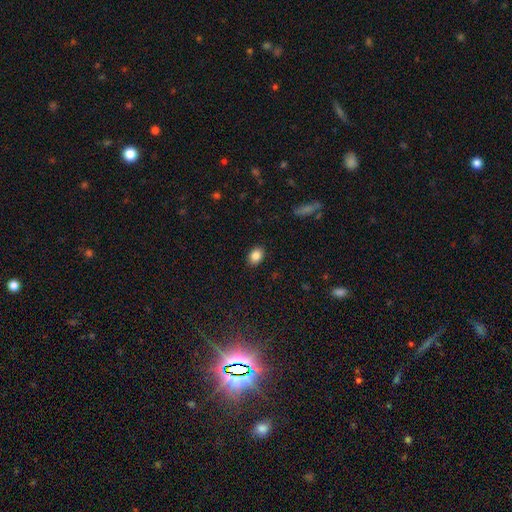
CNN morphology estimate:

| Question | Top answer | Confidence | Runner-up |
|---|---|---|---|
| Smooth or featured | smooth | 86% | star or artifact (9%) |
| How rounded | in between | 73% | round (26%) |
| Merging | none | 88% | minor disturbance (9%) |